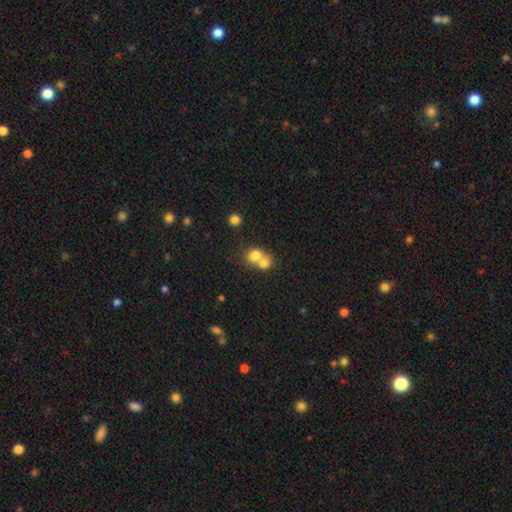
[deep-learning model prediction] The model was most divided on "how rounded": round: 60%, in between: 39%, cigar-shaped: 1%. More confident: smooth or featured — smooth (75%); merging — merger (69%).